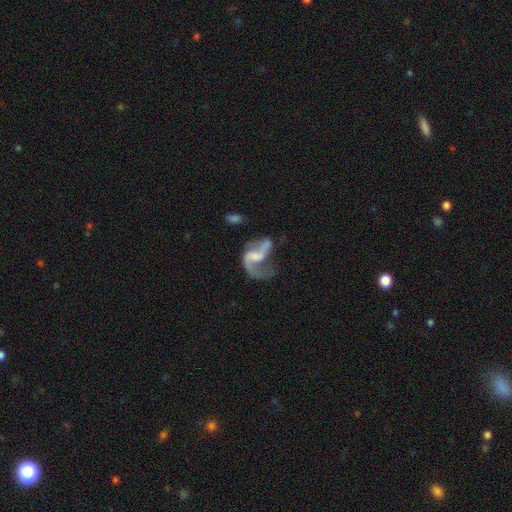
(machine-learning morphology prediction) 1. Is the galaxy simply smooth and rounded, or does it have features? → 80% featured or disk, 13% smooth, 7% star or artifact.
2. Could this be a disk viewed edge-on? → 98% no, 2% yes.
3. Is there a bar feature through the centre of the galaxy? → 42% weak (tied), 42% no (tied), 16% strong.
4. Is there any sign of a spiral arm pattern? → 89% yes, 11% no.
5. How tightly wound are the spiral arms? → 70% loose, 26% medium, 5% tight.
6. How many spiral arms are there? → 73% 2, 19% 1, 4% can't tell, 2% 3, 1% 4, 1% more than 4.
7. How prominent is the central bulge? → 40% none, 31% small, 22% moderate, 6% large, 2% dominant.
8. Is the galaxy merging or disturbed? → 40% major disturbance, 33% none, 17% minor disturbance, 10% merger.